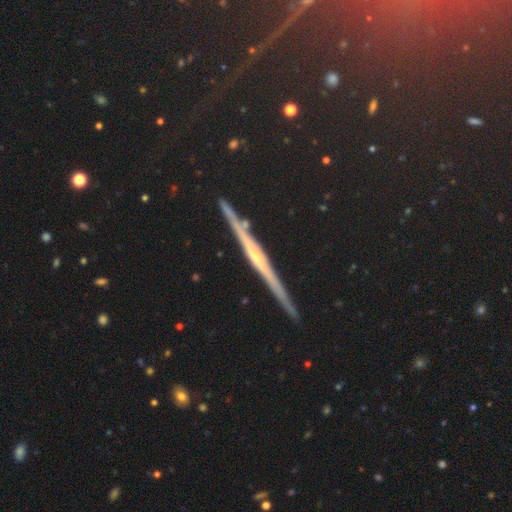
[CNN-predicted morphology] Smooth or featured: featured or disk — 57% (star or artifact — 27%)
Edge-on disk: yes — 94% (no — 6%)
Edge-on bulge: rounded — 49% (none — 38%)
Merging: none — 88% (minor disturbance — 8%)